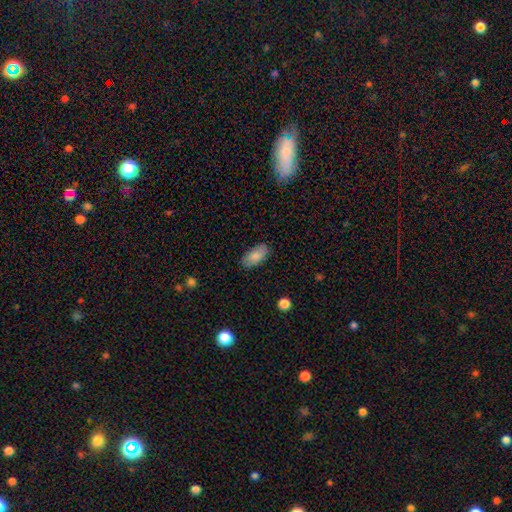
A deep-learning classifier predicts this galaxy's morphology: Smooth or featured: smooth — 85% (featured or disk — 8%)
How rounded: in between — 94% (cigar-shaped — 4%)
Merging: none — 84% (minor disturbance — 12%)